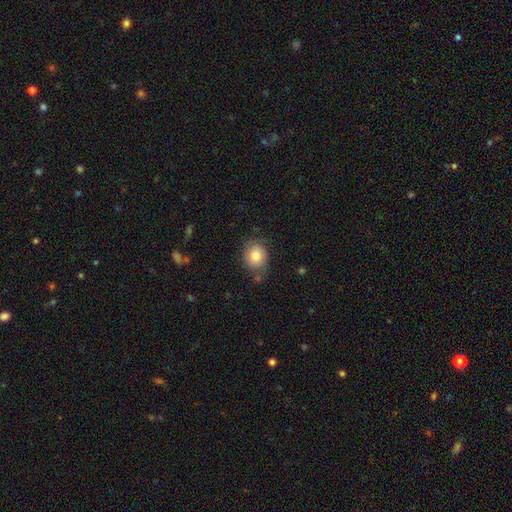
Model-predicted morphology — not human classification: Smooth or featured: smooth — 81% (featured or disk — 10%)
How rounded: round — 68% (in between — 31%)
Merging: none — 72% (minor disturbance — 19%)